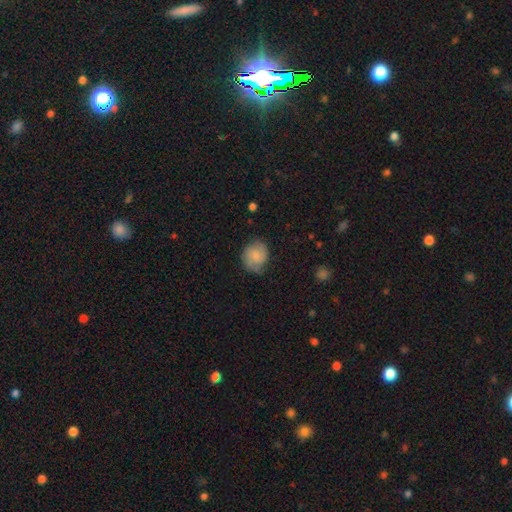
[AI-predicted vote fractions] The model was most divided on "how rounded": round: 67%, in between: 32%, cigar-shaped: 1%. More confident: smooth or featured — smooth (67%); merging — none (64%).